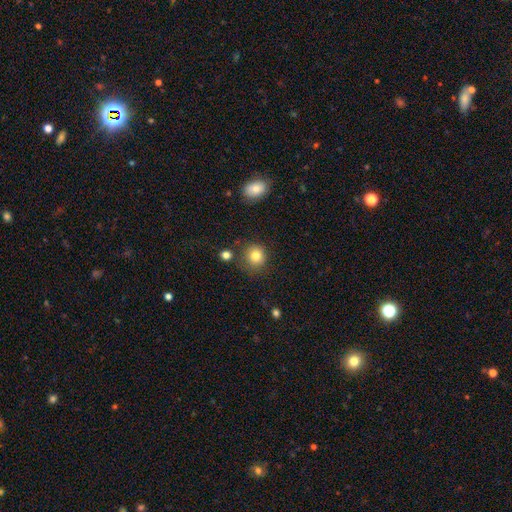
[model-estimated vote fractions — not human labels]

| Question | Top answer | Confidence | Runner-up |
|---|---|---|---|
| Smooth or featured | smooth | 82% | star or artifact (11%) |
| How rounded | round | 88% | in between (11%) |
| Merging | none | 80% | minor disturbance (12%) |